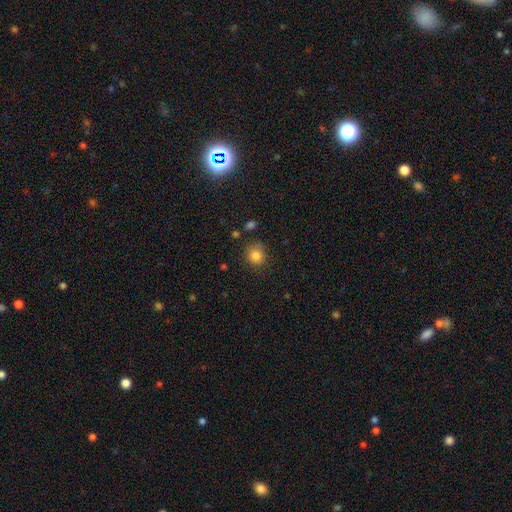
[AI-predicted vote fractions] smooth 84%, star or artifact 11%, featured or disk 5%. Down the decision tree: how rounded — round (84%); merging — none (76%).